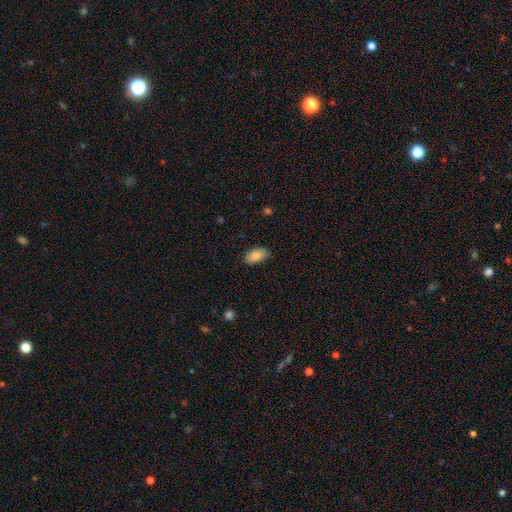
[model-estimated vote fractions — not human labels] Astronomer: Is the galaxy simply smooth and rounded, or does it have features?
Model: smooth — 85%.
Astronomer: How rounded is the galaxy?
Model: in between — 93%.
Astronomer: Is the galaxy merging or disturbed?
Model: none — 82%.